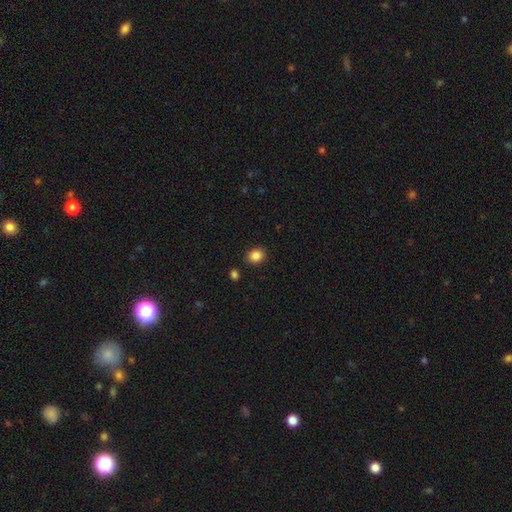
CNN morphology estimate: Smooth or featured?
  - smooth: 87% *
  - star or artifact: 10%
  - featured or disk: 4%
How rounded?
  - round: 66% *
  - in between: 34%
  - cigar-shaped: 1%
Merging?
  - none: 88% *
  - minor disturbance: 8%
  - merger: 2%
  - major disturbance: 2%